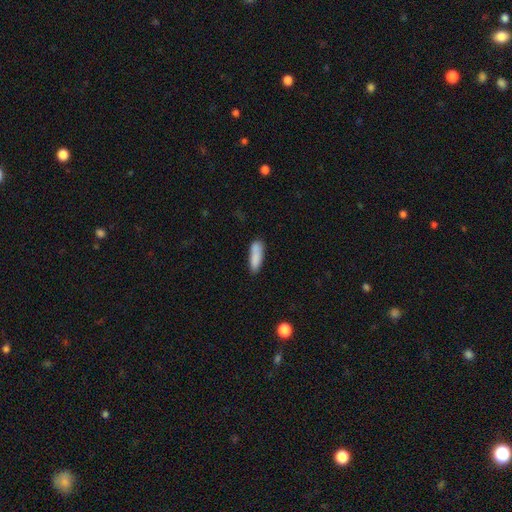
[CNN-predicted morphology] Overall: smooth (86%). How rounded: cigar-shaped (56%; in between 43%). Merging: none (72%).